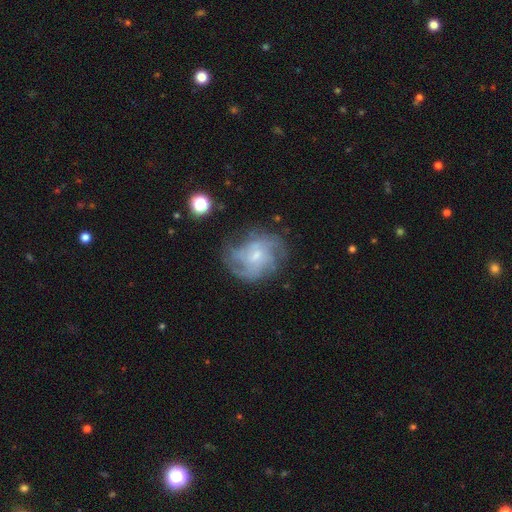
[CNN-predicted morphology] Overall: featured or disk (75%). Edge-on disk: no (98%). Bar: no (57%; weak 37%). Spiral arms: yes (87%). Spiral arm count: can't tell (36%; 3 21%). Spiral winding: medium (44%; tight 35%). Bulge size: small (63%; moderate 28%). Merging: none (60%; minor disturbance 22%).